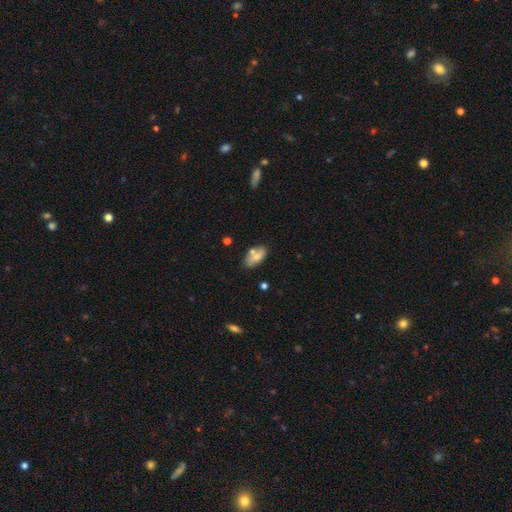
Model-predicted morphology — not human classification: This is likely a smooth galaxy (72%). How rounded: clearly in between (88%). Merging: likely none (64%).